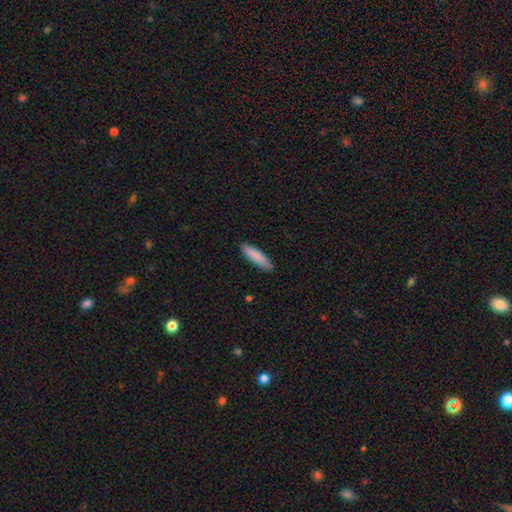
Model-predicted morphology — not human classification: smooth_or_featured: smooth (p=0.86) [alt: featured or disk p=0.09]
how_rounded: cigar-shaped (p=0.76) [alt: in between p=0.23]
merging: none (p=0.87) [alt: minor disturbance p=0.11]